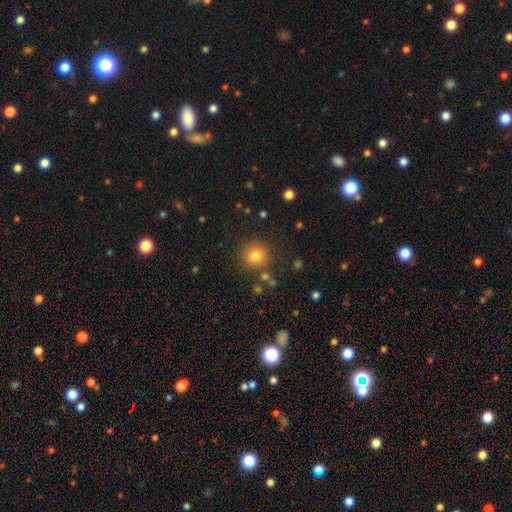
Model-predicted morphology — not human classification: Q: Smooth or featured?
A: smooth (81%); runner-up: star or artifact (12%)
Q: How rounded?
A: round (92%); runner-up: in between (7%)
Q: Merging?
A: none (84%); runner-up: minor disturbance (8%)